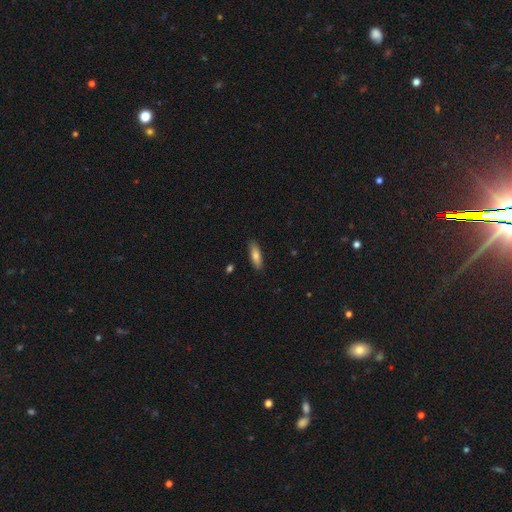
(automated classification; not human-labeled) Q: Smooth or featured?
A: smooth (77%); runner-up: featured or disk (16%)
Q: How rounded?
A: in between (52%); runner-up: cigar-shaped (46%)
Q: Merging?
A: none (86%); runner-up: minor disturbance (10%)